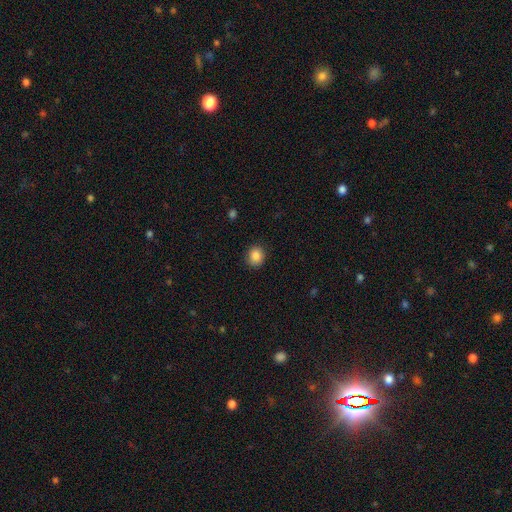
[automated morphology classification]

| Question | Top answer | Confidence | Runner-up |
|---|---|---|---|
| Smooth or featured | smooth | 86% | star or artifact (9%) |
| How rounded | round | 75% | in between (25%) |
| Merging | none | 88% | minor disturbance (9%) |